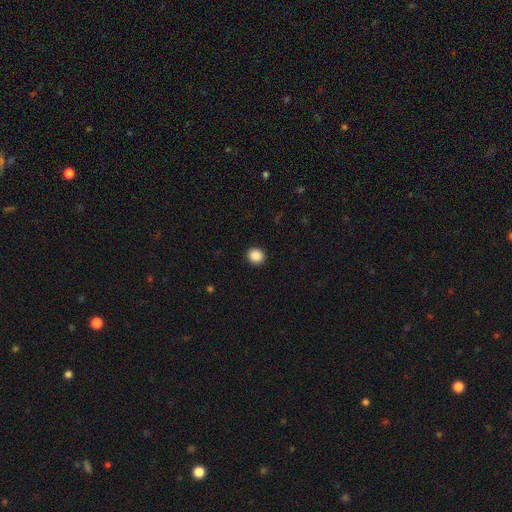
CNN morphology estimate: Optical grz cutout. It shows a smooth galaxy with no disk features (88%) that is round (86%). Merging: none (92%).